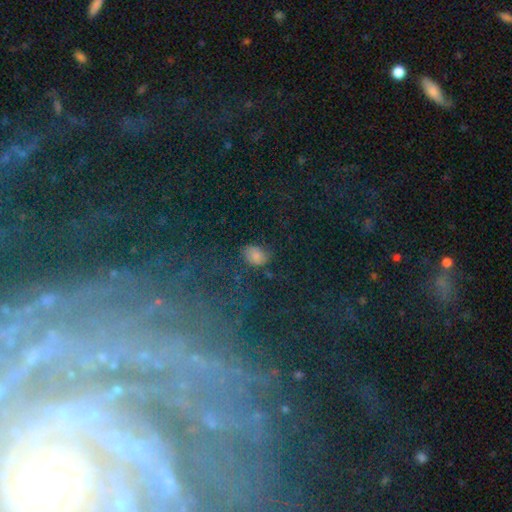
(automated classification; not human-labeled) smooth_or_featured: smooth (p=0.63) [alt: star or artifact p=0.24]
how_rounded: in between (p=0.69) [alt: round p=0.29]
merging: none (p=0.64) [alt: minor disturbance p=0.22]